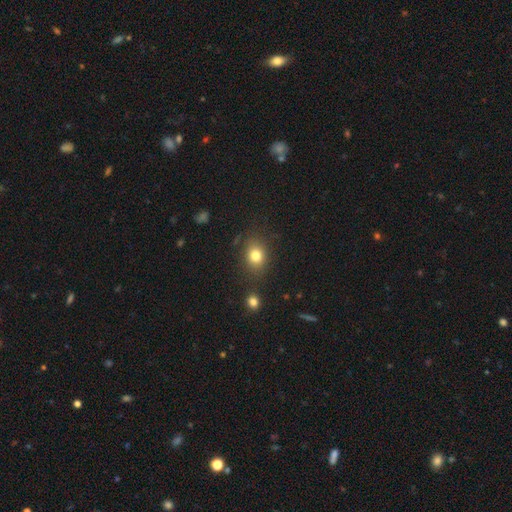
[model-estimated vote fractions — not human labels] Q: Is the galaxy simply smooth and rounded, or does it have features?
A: smooth — 80%.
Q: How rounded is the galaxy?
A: round — 55%.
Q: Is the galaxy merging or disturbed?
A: none — 78%.